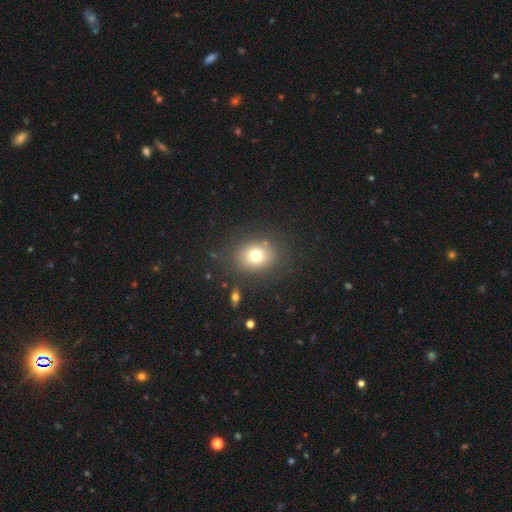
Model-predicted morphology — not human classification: smooth_or_featured: smooth (p=0.74) [alt: star or artifact p=0.13]
how_rounded: round (p=0.61) [alt: in between p=0.38]
merging: none (p=0.82) [alt: minor disturbance p=0.10]